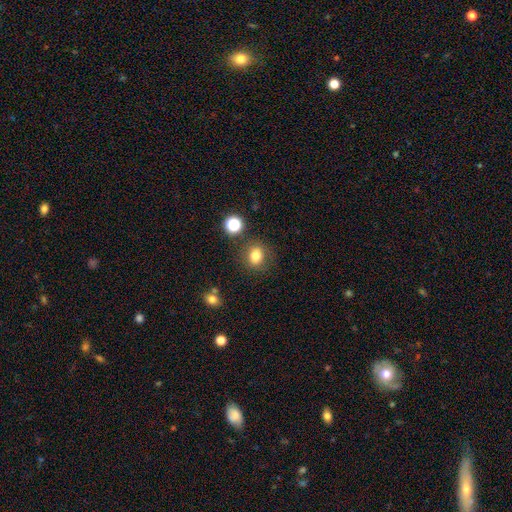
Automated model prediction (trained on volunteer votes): This is likely a smooth galaxy (79%). How rounded: likely round (61%). Merging: clearly none (82%).